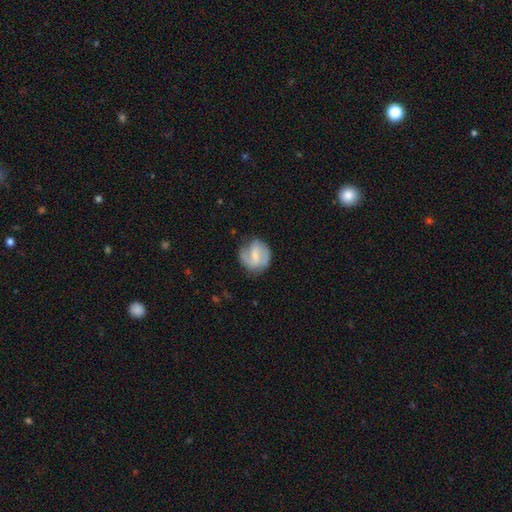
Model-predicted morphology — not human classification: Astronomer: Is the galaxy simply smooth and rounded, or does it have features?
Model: featured or disk — 62%.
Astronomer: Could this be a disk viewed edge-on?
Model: no — 98%.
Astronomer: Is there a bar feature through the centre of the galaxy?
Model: weak — 53%.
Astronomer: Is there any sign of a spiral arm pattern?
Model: yes — 86%.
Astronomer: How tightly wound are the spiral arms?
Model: medium — 46% (runner-up: tight, 28%).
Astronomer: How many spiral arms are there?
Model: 2 — 73%.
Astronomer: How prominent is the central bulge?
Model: small — 48% (runner-up: moderate, 36%).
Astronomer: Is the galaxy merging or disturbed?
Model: none — 67%.